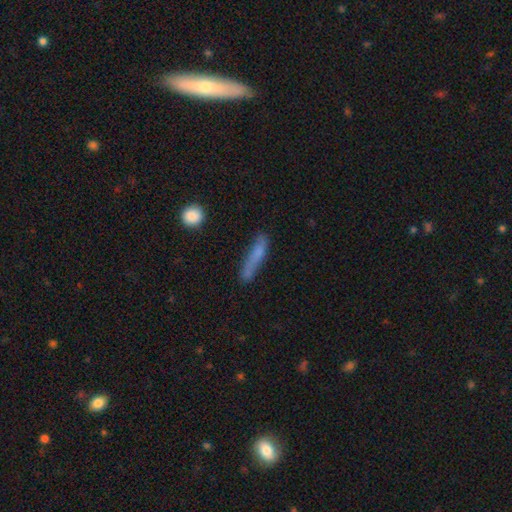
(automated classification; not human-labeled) Q: Smooth or featured?
A: smooth (67%); runner-up: featured or disk (25%)
Q: How rounded?
A: cigar-shaped (88%); runner-up: in between (10%)
Q: Merging?
A: none (62%); runner-up: minor disturbance (24%)